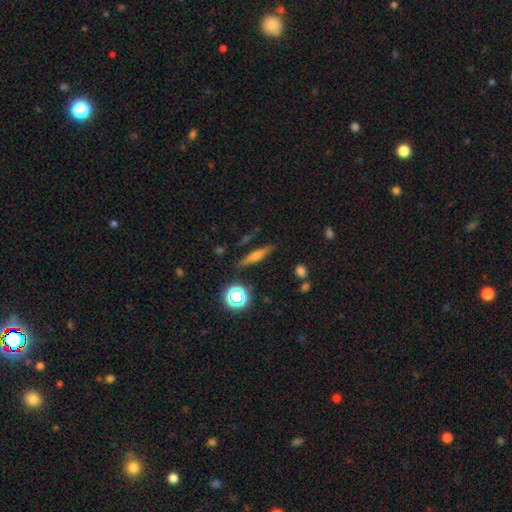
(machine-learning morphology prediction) smooth-or-featured: featured or disk: 48% | smooth: 38% | star or artifact: 14%
  merging: none: 87% | minor disturbance: 8% | merger: 2% | major disturbance: 2%